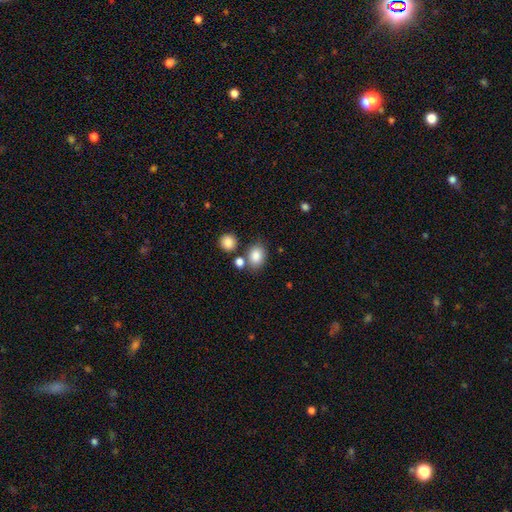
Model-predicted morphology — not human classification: Smooth or featured?
  - smooth: 85% *
  - star or artifact: 9%
  - featured or disk: 6%
How rounded?
  - in between: 62% *
  - round: 37%
  - cigar-shaped: 1%
Merging?
  - none: 68% *
  - merger: 16%
  - minor disturbance: 12%
  - major disturbance: 4%